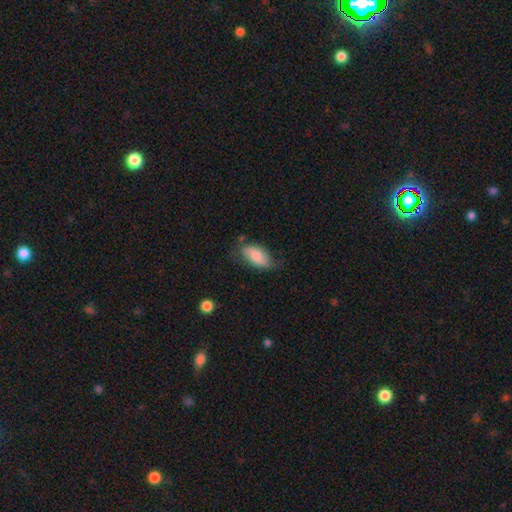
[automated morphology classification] smooth 72%, featured or disk 21%, star or artifact 7%. Down the decision tree: how rounded — in between (92%); merging — none (60%).